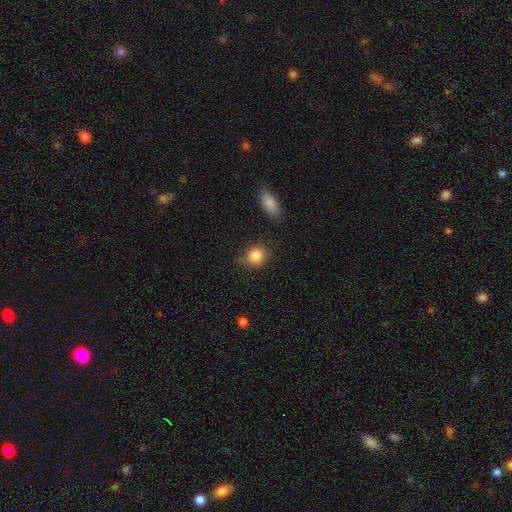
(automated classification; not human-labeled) smooth_or_featured: smooth (p=0.85) [alt: star or artifact p=0.09]
how_rounded: round (p=0.76) [alt: in between p=0.22]
merging: none (p=0.72) [alt: minor disturbance p=0.19]